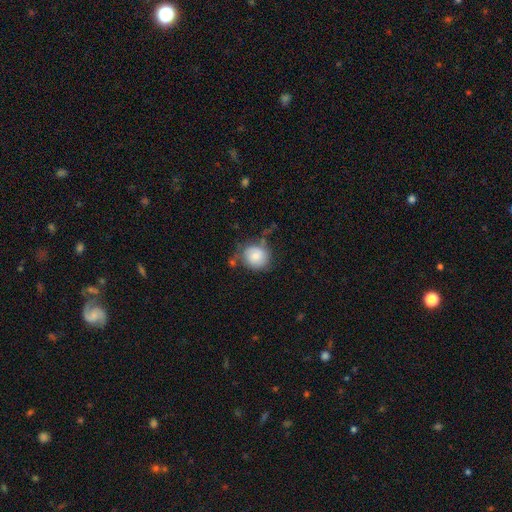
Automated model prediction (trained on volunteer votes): A smooth galaxy with no disk features (76%) that is round (84%). Merging: none (55%).